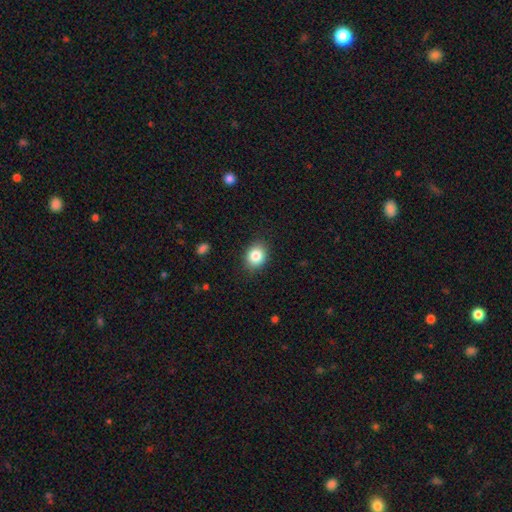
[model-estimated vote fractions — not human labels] The model was most divided on "how rounded": round: 57%, in between: 42%, cigar-shaped: 1%. More confident: merging — none (87%); smooth or featured — smooth (84%).